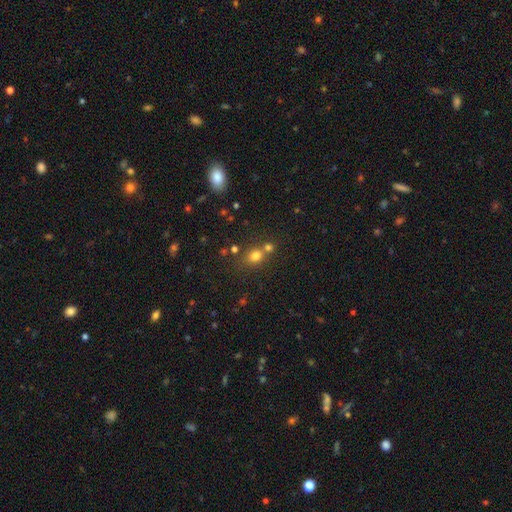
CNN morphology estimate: Smooth or featured?
  - smooth: 73% *
  - star or artifact: 18%
  - featured or disk: 9%
How rounded?
  - round: 65% *
  - in between: 34%
  - cigar-shaped: 1%
Merging?
  - none: 52% *
  - merger: 35%
  - minor disturbance: 9%
  - major disturbance: 4%